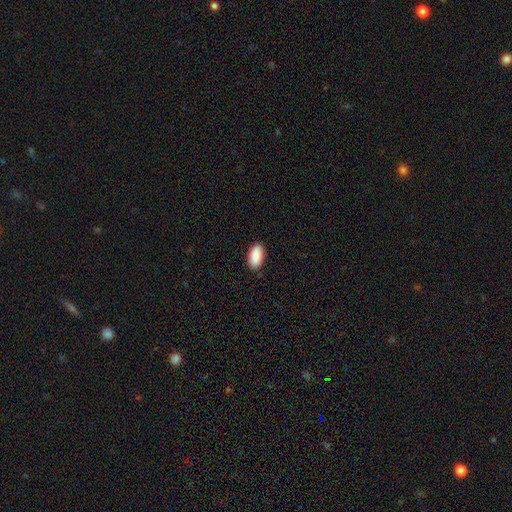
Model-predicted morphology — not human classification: smooth_or_featured: smooth (p=0.91) [alt: star or artifact p=0.06]
how_rounded: in between (p=0.94) [alt: cigar-shaped p=0.03]
merging: none (p=0.89) [alt: minor disturbance p=0.08]